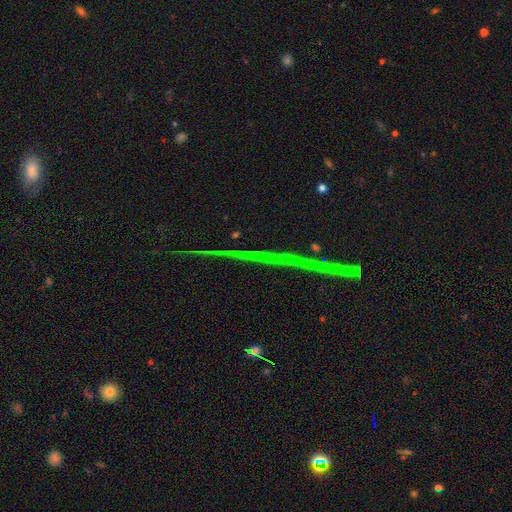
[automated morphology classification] type=star or artifact (73%).